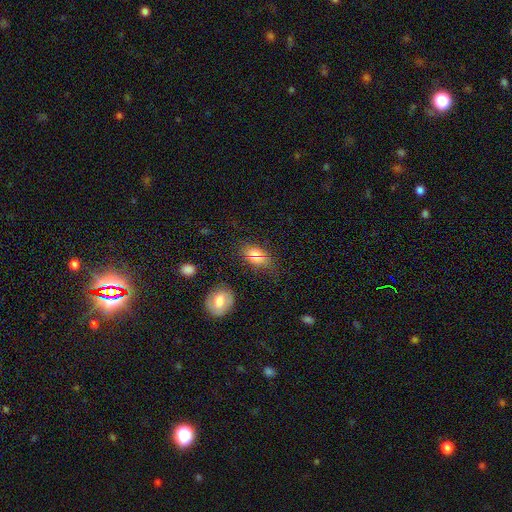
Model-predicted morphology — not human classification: Smooth or featured?
  - smooth: 69% *
  - star or artifact: 18%
  - featured or disk: 13%
How rounded?
  - in between: 81% *
  - round: 14%
  - cigar-shaped: 5%
Merging?
  - none: 75% *
  - minor disturbance: 15%
  - major disturbance: 5%
  - merger: 5%